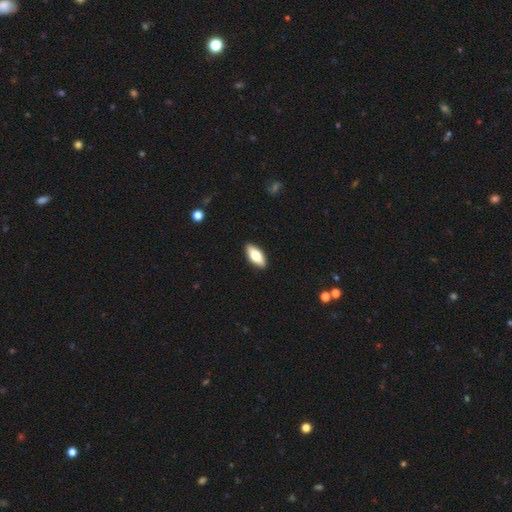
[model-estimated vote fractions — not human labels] A smooth galaxy with no disk features (68%) that is in between round and cigar-shaped (81%). Merging: none (90%).